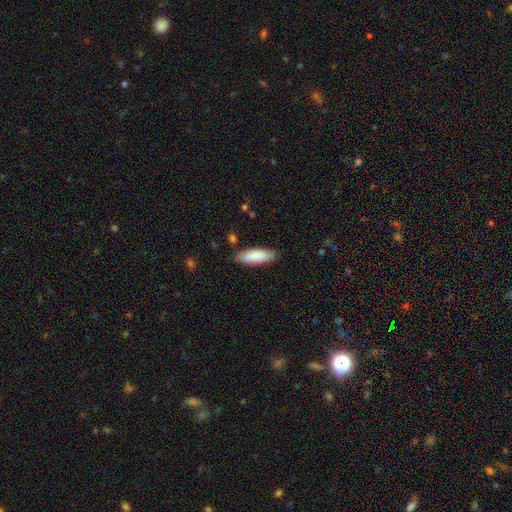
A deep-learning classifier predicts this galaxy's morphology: type=smooth (87%); roundness=in between (60%); merging=none (85%).